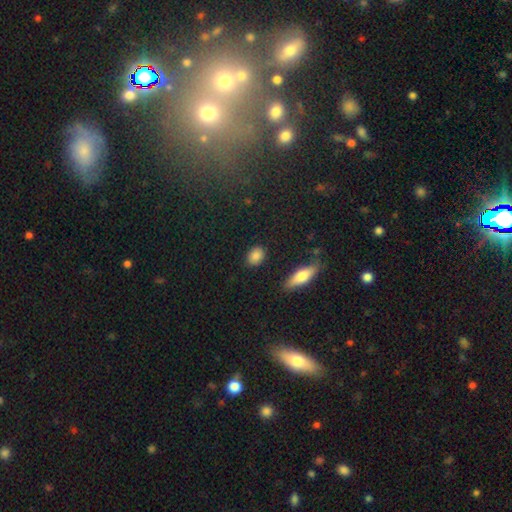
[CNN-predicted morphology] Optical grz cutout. It shows a smooth galaxy with no disk features (86%) that is in between round and cigar-shaped (63%). Merging: none (86%).